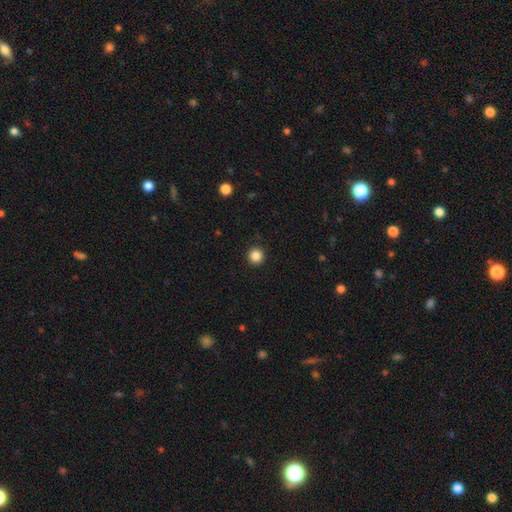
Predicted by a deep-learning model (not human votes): smooth 86%, star or artifact 11%, featured or disk 3%. Down the decision tree: how rounded — round (95%); merging — none (93%).